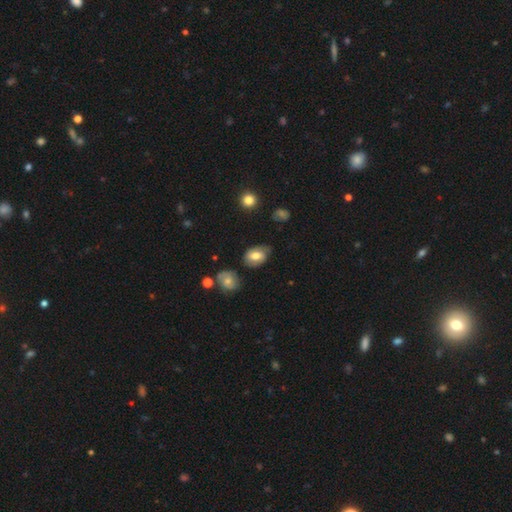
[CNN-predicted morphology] The model was most divided on "smooth or featured": smooth: 61%, featured or disk: 31%, star or artifact: 8%. More confident: how rounded — in between (82%); merging — none (58%).